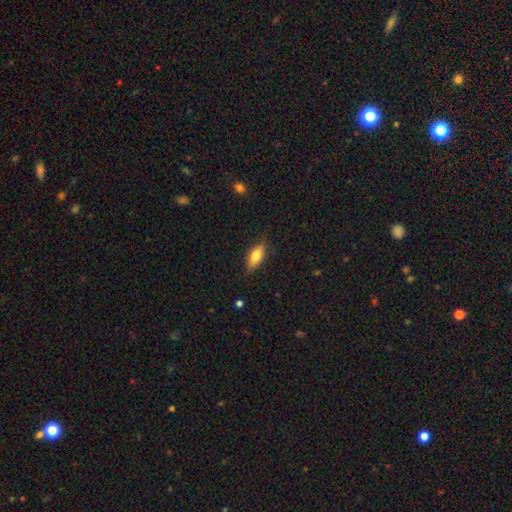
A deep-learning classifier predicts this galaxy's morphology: A smooth galaxy with no disk features (74%) that is in between round and cigar-shaped (77%). Merging: none (80%).